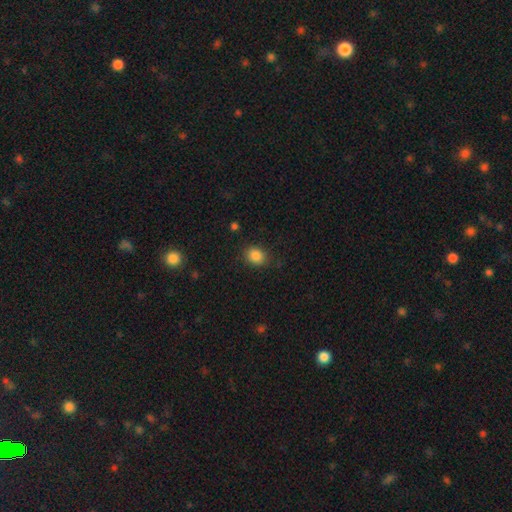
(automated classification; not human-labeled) smooth-or-featured: smooth: 86% | star or artifact: 10% | featured or disk: 4%
  how-rounded: round: 52% | in between: 47% | cigar-shaped: 1%
  merging: none: 85% | minor disturbance: 10% | major disturbance: 3% | merger: 1%